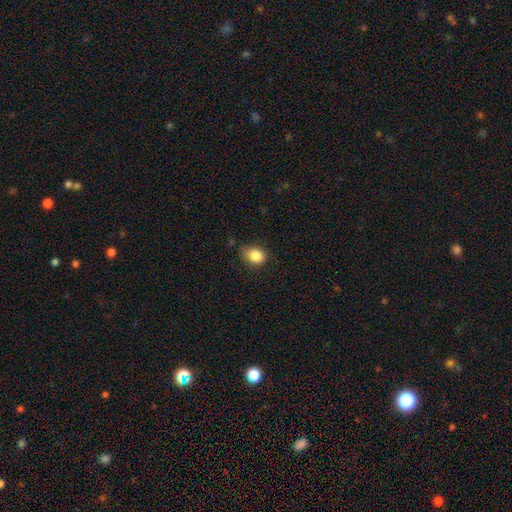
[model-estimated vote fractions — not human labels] Q: Smooth or featured?
A: smooth (86%); runner-up: star or artifact (9%)
Q: How rounded?
A: in between (52%); runner-up: round (47%)
Q: Merging?
A: none (65%); runner-up: minor disturbance (27%)